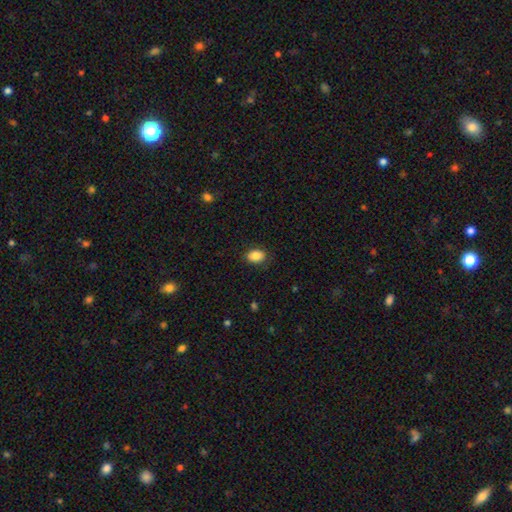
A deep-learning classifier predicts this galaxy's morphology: This appears to be a smooth galaxy with no disk features (86%) that is in between round and cigar-shaped (76%). Merging: none (87%).